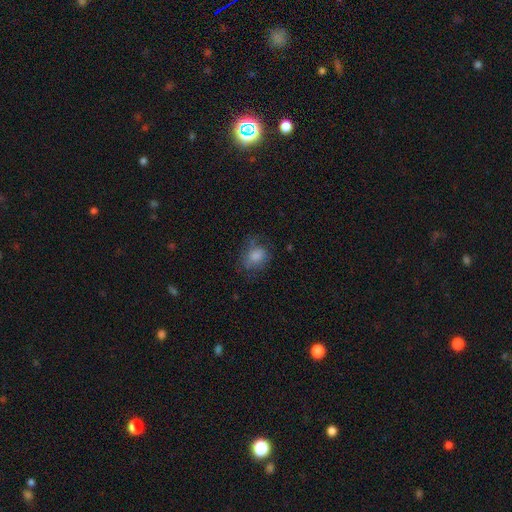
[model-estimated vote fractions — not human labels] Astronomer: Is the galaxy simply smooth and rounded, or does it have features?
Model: smooth — 75%.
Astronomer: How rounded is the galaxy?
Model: in between — 57% (runner-up: round, 42%).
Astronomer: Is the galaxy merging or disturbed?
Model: none — 55%.